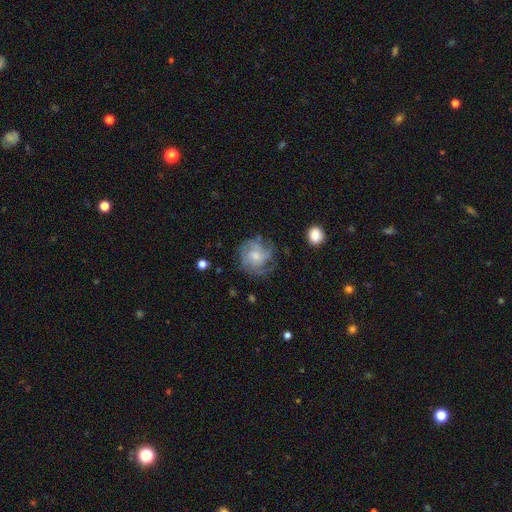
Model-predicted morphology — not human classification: type=featured or disk (67%); edge-on=no (98%); bar=no (74%); spiral arms=yes (86%); winding=tight (46%); arm count=can't tell (39%); bulge=small (50%); merging=none (62%).